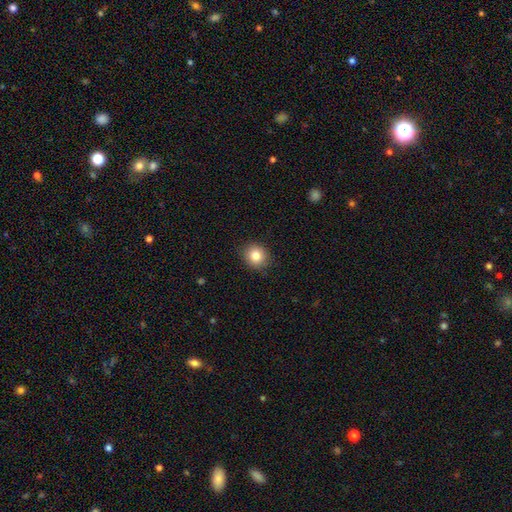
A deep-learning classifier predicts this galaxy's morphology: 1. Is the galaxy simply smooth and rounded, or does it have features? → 84% smooth, 9% star or artifact, 7% featured or disk.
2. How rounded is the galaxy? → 80% round, 19% in between, 1% cigar-shaped.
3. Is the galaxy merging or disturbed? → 89% none, 8% minor disturbance, 2% major disturbance, 1% merger.